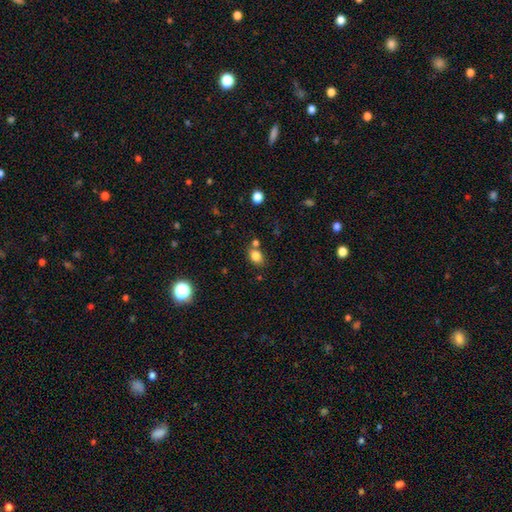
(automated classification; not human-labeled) Smooth or featured? Predicted: smooth (p=0.82). How rounded? Predicted: in between (p=0.64). Merging? Predicted: none (p=0.65).